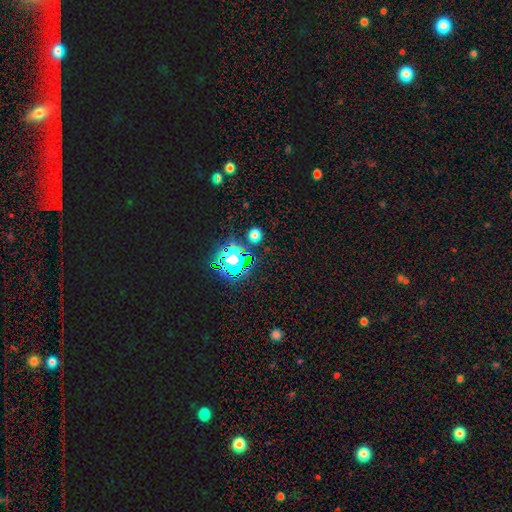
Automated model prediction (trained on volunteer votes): star or artifact 81%, smooth 12%, featured or disk 8%.